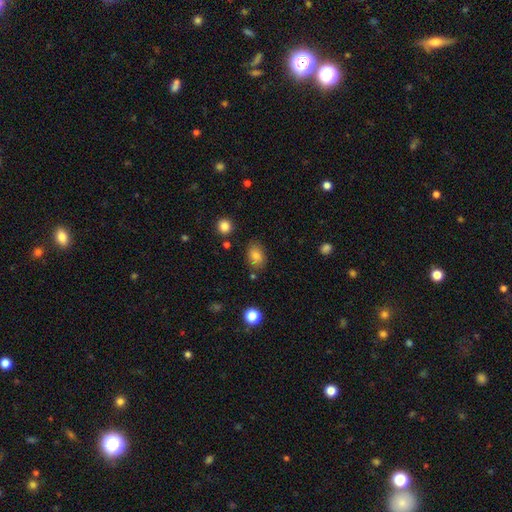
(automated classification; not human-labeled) A smooth galaxy with no disk features (81%) that is in between round and cigar-shaped (75%).

Vote fractions:
- Smooth or featured? smooth: 81% / star or artifact: 10% / featured or disk: 9%
- How rounded? in between: 75% / round: 24% / cigar-shaped: 1%
- Merging? none: 79% / minor disturbance: 13% / merger: 4% / major disturbance: 3%